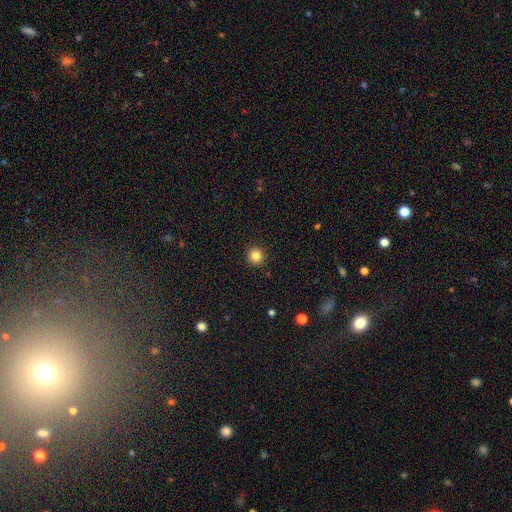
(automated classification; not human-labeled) Smooth or featured?
  - smooth: 84% *
  - star or artifact: 11%
  - featured or disk: 5%
How rounded?
  - round: 93% *
  - in between: 6%
  - cigar-shaped: 1%
Merging?
  - none: 92% *
  - minor disturbance: 5%
  - major disturbance: 2%
  - merger: 1%